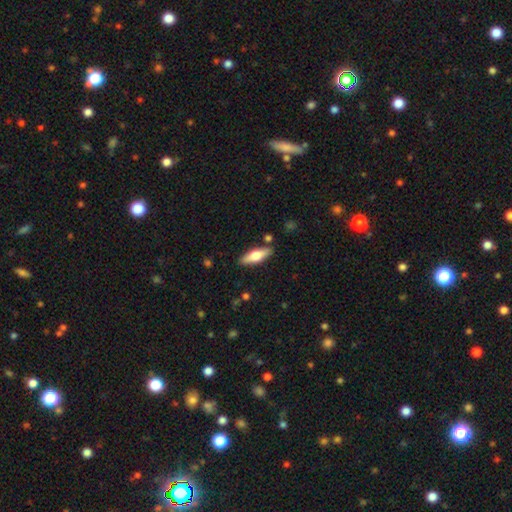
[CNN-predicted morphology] Smooth or featured?
  - smooth: 54% *
  - featured or disk: 40%
  - star or artifact: 6%
How rounded?
  - in between: 51% *
  - cigar-shaped: 47%
  - round: 2%
Merging?
  - none: 86% *
  - minor disturbance: 9%
  - merger: 2%
  - major disturbance: 2%